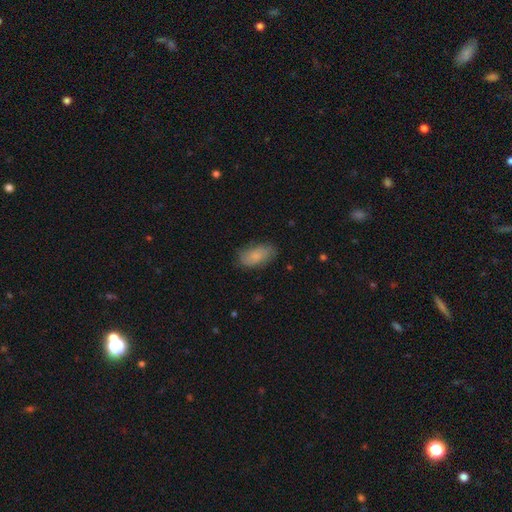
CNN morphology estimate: Overall: smooth (74%). How rounded: in between (92%). Merging: none (75%).